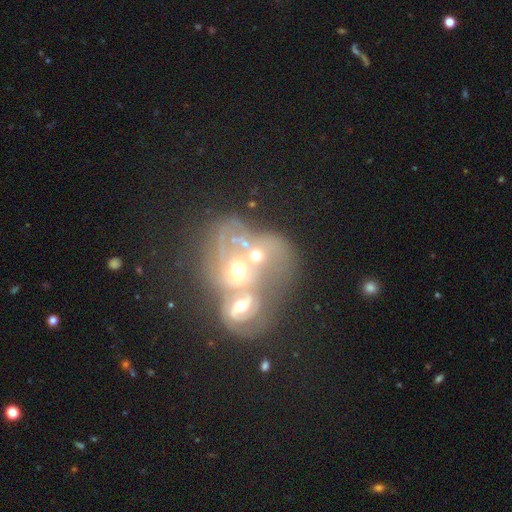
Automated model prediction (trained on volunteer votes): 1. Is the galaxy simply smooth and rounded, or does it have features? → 58% featured or disk, 30% smooth, 12% star or artifact.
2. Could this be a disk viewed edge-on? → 97% no, 3% yes.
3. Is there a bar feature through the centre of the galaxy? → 70% no, 21% weak, 9% strong.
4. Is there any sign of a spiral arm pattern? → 69% yes, 31% no.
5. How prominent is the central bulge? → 55% moderate, 27% small, 8% none, 7% large, 3% dominant.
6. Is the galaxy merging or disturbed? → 77% merger, 10% none, 8% major disturbance, 5% minor disturbance.